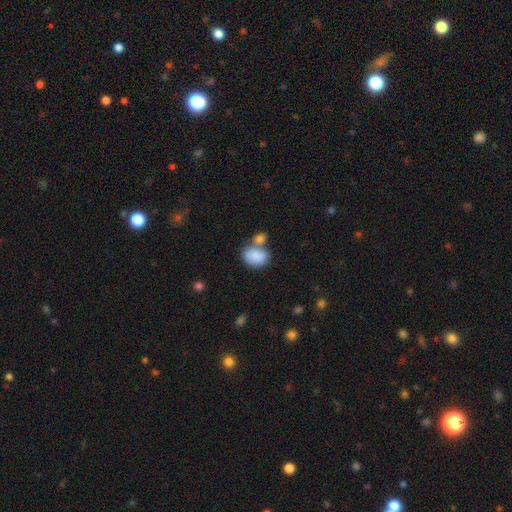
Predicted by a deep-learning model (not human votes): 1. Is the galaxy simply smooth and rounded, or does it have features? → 85% smooth, 8% featured or disk, 7% star or artifact.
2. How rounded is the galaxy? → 73% in between, 26% round, 1% cigar-shaped.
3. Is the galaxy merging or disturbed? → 42% merger, 39% none, 14% minor disturbance, 5% major disturbance.